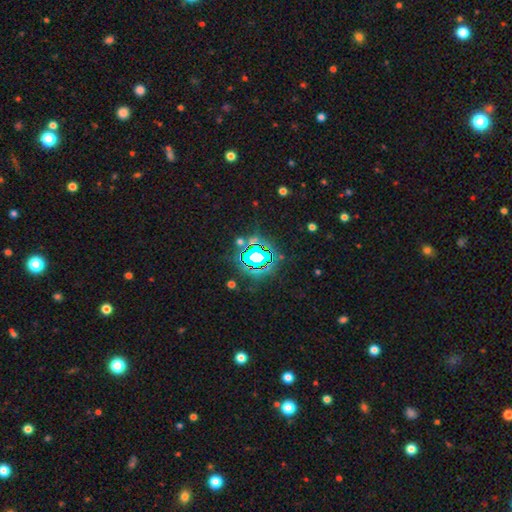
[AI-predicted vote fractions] smooth_or_featured: star or artifact (p=0.72) [alt: smooth p=0.17]